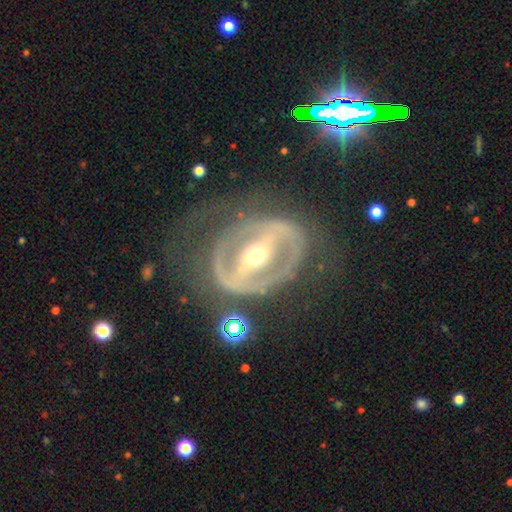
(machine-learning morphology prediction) This appears to be a featured or disk galaxy (83%) with a strong bar (67%), spiral arms (58%) and a small central bulge (48%). Merging: none (55%).